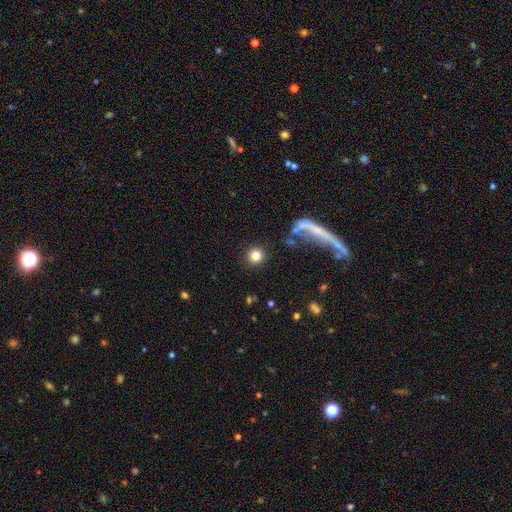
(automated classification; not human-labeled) Smooth or featured: smooth — 81% (star or artifact — 11%)
How rounded: round — 94% (in between — 5%)
Merging: none — 87% (minor disturbance — 6%)